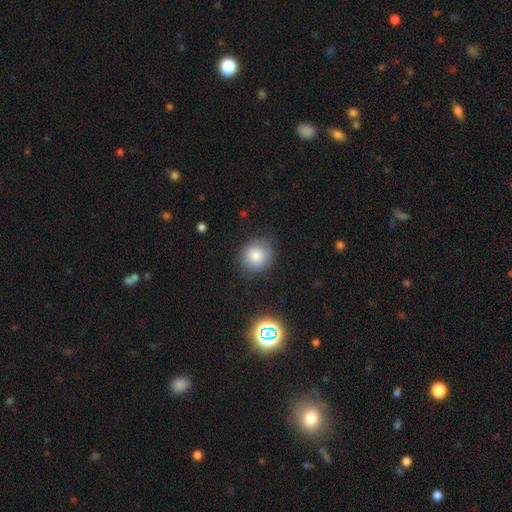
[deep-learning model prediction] Q: Smooth or featured?
A: smooth (77%); runner-up: featured or disk (12%)
Q: How rounded?
A: round (86%); runner-up: in between (13%)
Q: Merging?
A: none (79%); runner-up: minor disturbance (15%)